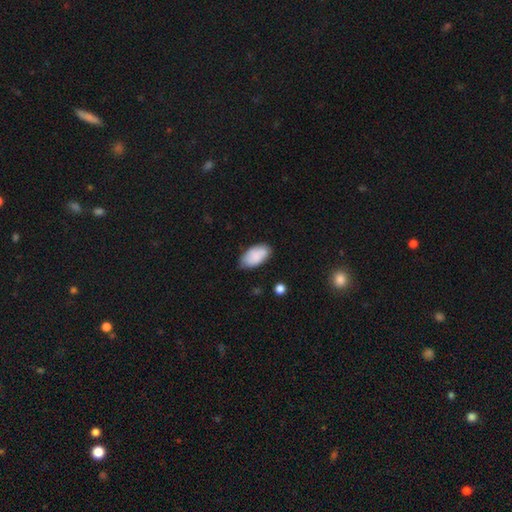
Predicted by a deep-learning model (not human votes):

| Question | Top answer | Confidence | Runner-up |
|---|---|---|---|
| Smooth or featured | smooth | 86% | featured or disk (8%) |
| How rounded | in between | 95% | round (3%) |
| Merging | none | 73% | minor disturbance (21%) |